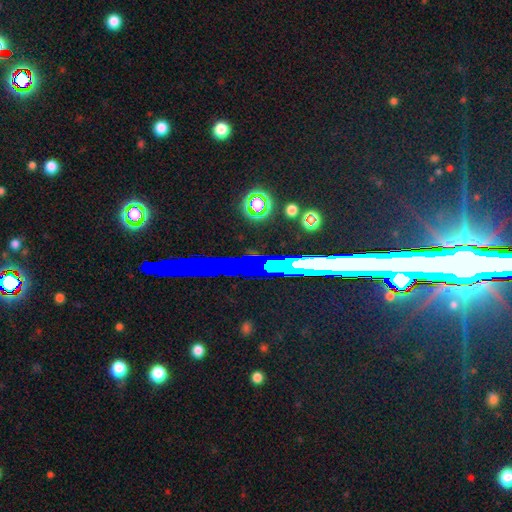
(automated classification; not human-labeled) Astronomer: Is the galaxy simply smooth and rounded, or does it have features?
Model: star or artifact — 75%.